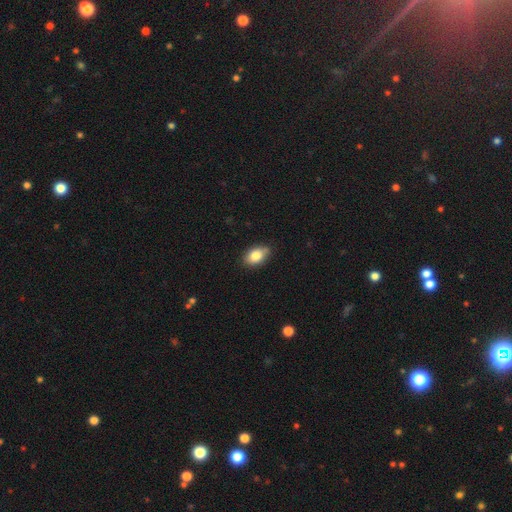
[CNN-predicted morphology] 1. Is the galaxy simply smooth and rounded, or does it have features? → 82% smooth, 10% featured or disk, 8% star or artifact.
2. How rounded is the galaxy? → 88% in between, 11% round, 2% cigar-shaped.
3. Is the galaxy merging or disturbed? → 80% none, 17% minor disturbance, 2% major disturbance, 1% merger.